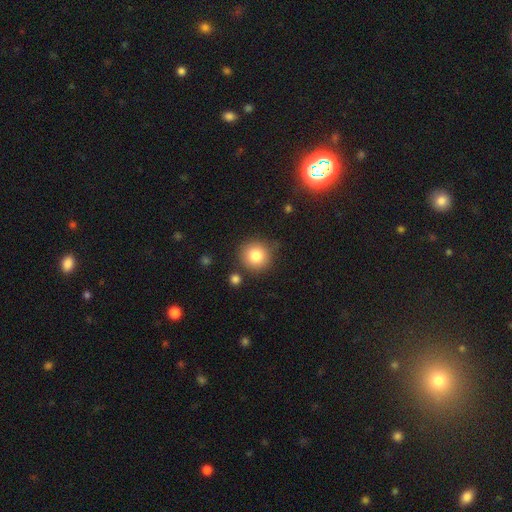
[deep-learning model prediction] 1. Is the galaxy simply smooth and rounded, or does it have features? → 82% smooth, 10% star or artifact, 8% featured or disk.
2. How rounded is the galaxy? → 93% round, 6% in between, 1% cigar-shaped.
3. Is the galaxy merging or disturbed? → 81% none, 10% minor disturbance, 5% merger, 3% major disturbance.